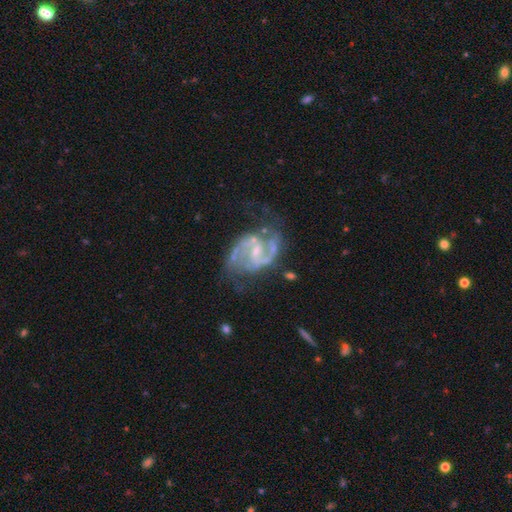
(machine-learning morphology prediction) type=featured or disk (89%); edge-on=no (98%); bar=weak (51%); spiral arms=yes (96%); winding=medium (57%); arm count=2 (88%); bulge=small (64%); merging=none (62%).